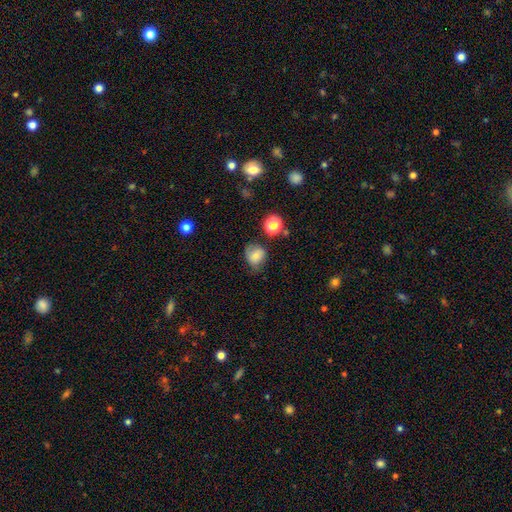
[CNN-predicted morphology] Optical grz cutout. It shows a smooth galaxy with no disk features (71%) that is round (62%). Merging: none (55%).